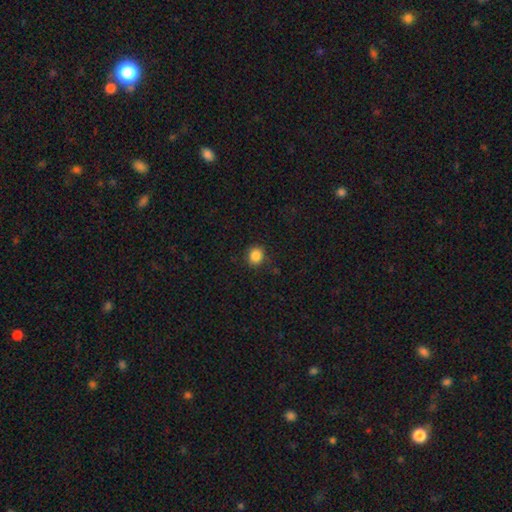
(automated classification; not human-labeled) Smooth or featured: smooth — 86% (star or artifact — 11%)
How rounded: round — 80% (in between — 19%)
Merging: none — 86% (minor disturbance — 10%)